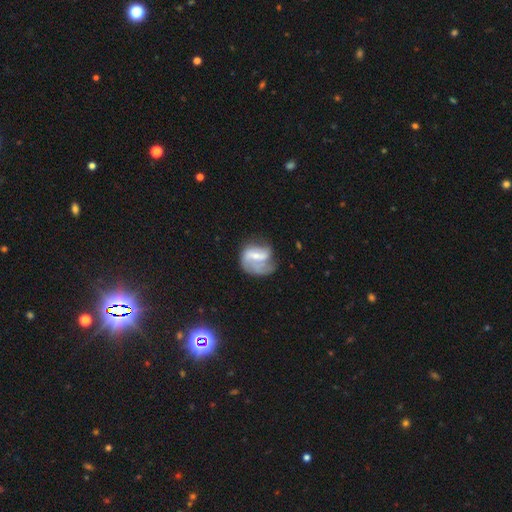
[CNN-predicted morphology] This is likely a featured or disk galaxy (67%). It is clearly not viewed edge-on (97%). Bar: marginally weak (45%). Spiral arm pattern: likely yes (76%). Central bulge: possibly small (55%). Merging: marginally none (36%).